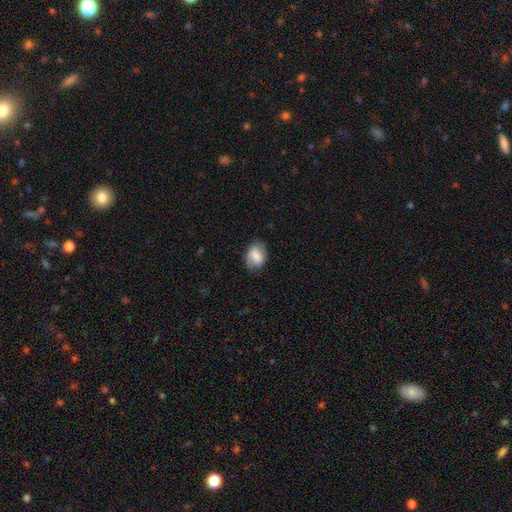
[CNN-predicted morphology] Smooth or featured? smooth (76%)
How rounded? in between (71%)
Merging? none (71%)